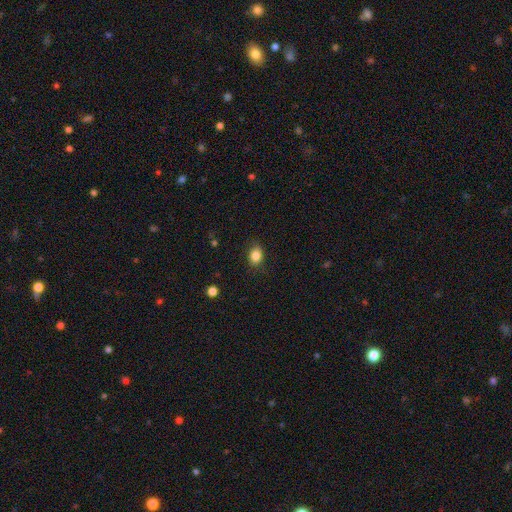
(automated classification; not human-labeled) smooth 85%, star or artifact 10%, featured or disk 5%. Down the decision tree: how rounded — in between (64%); merging — none (83%).